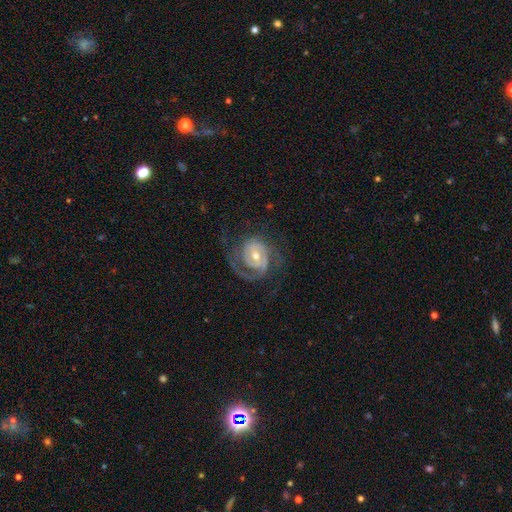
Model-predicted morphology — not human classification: A featured or disk galaxy (89%) with no bar (47%), 2 (50%) tight (51%) spiral arms (97%) and a moderate central bulge (60%).

Vote fractions:
- Smooth or featured? featured or disk: 89% / smooth: 6% / star or artifact: 5%
- Edge-on disk? no: 98% / yes: 2%
- Bar? no: 47% / weak: 39% / strong: 14%
- Spiral arms? yes: 97% / no: 3%
- Spiral winding? tight: 51% / medium: 37% / loose: 12%
- Spiral arm count? 2: 50% / 3: 17% / 1: 13% / can't tell: 12% / 4: 4% / more than 4: 4%
- Bulge size? moderate: 60% / small: 35% / large: 3% / none: 1% / dominant: 1%
- Merging? none: 64% / major disturbance: 17% / minor disturbance: 17% / merger: 1%